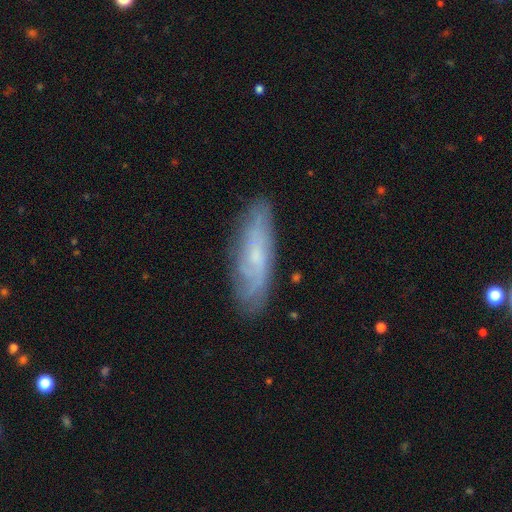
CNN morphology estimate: This is possibly a featured or disk galaxy (59%). It is likely not viewed edge-on (72%). Merging: likely none (79%).